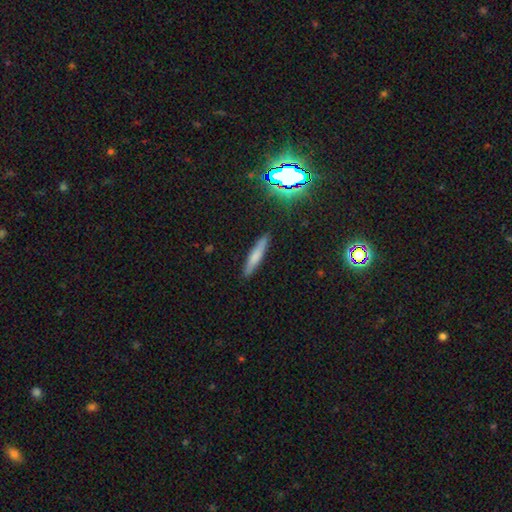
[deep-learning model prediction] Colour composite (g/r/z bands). It shows a smooth galaxy with no disk features (66%) that is cigar-shaped (89%). Merging: none (88%).